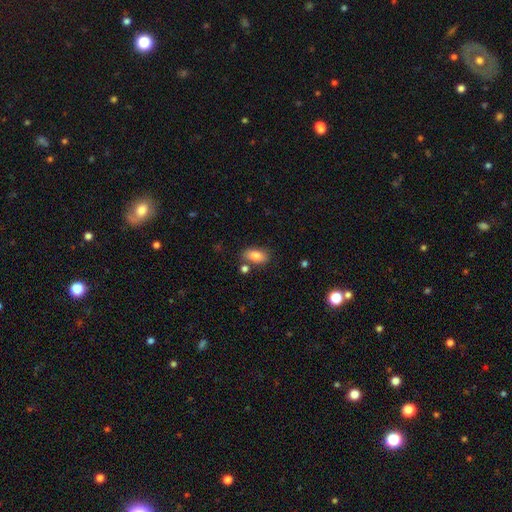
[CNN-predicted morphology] Smooth or featured? smooth (83%)
How rounded? in between (90%)
Merging? none (75%)